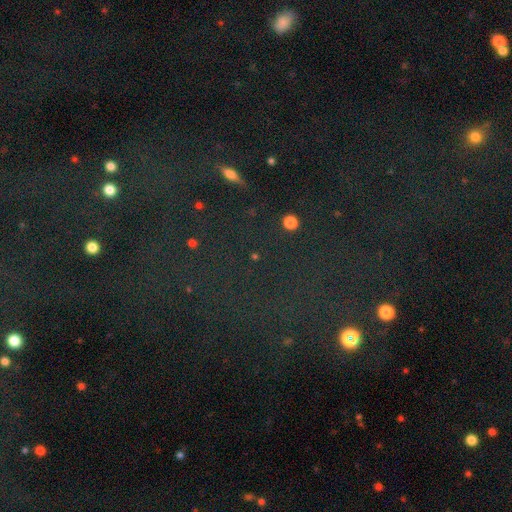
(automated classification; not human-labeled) Q: Smooth or featured?
A: star or artifact (72%); runner-up: smooth (16%)